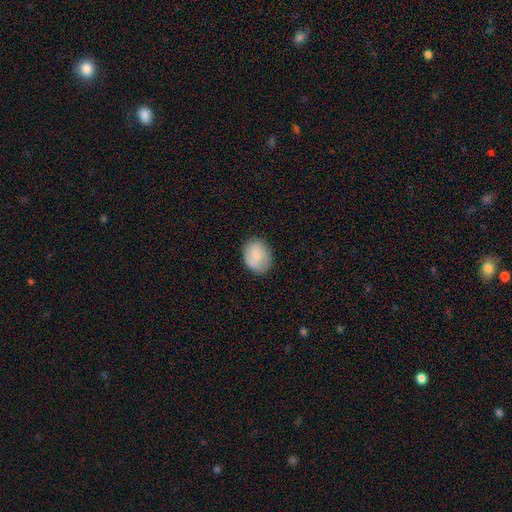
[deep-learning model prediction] A smooth galaxy with no disk features (66%) that is in between round and cigar-shaped (52%).

Vote fractions:
- Smooth or featured? smooth: 66% / featured or disk: 27% / star or artifact: 7%
- How rounded? in between: 52% / round: 47% / cigar-shaped: 1%
- Merging? none: 81% / minor disturbance: 14% / major disturbance: 4% / merger: 1%